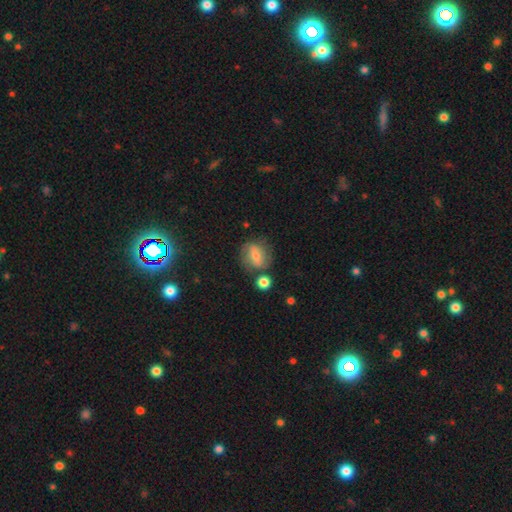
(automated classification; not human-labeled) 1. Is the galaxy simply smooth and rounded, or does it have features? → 55% smooth, 36% featured or disk, 9% star or artifact.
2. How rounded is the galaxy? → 53% round, 43% in between, 4% cigar-shaped.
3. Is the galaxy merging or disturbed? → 63% none, 19% minor disturbance, 10% merger, 8% major disturbance.